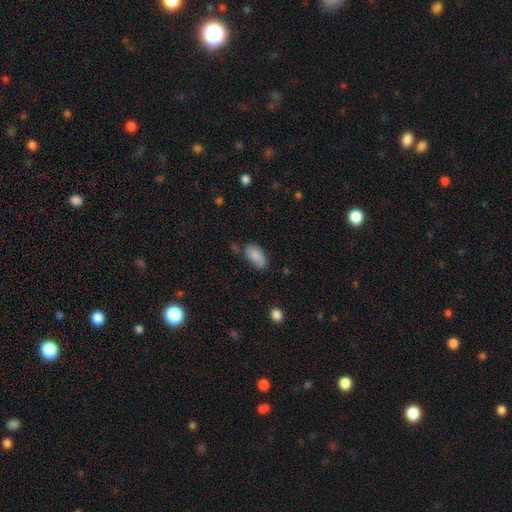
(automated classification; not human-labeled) Overall: smooth (83%). How rounded: in between (93%). Merging: none (64%; minor disturbance 25%).